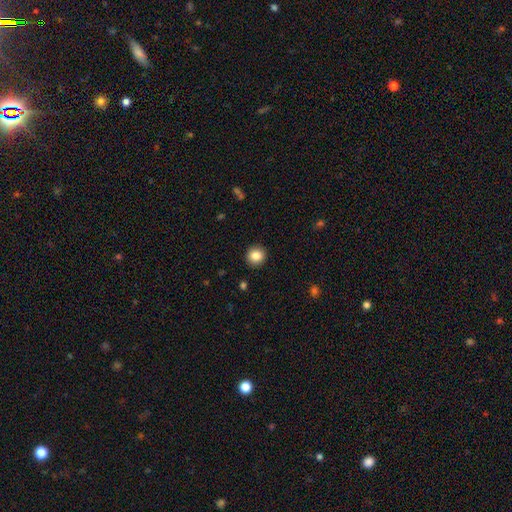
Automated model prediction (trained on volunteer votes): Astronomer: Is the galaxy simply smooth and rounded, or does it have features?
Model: smooth — 85%.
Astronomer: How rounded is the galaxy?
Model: round — 92%.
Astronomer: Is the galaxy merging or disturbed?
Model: none — 92%.